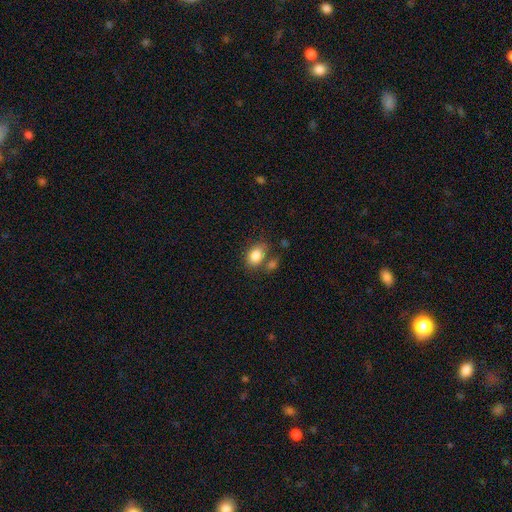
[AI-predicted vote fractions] Smooth or featured? Predicted: smooth (p=0.84). How rounded? Predicted: in between (p=0.75). Merging? Predicted: none (p=0.61).